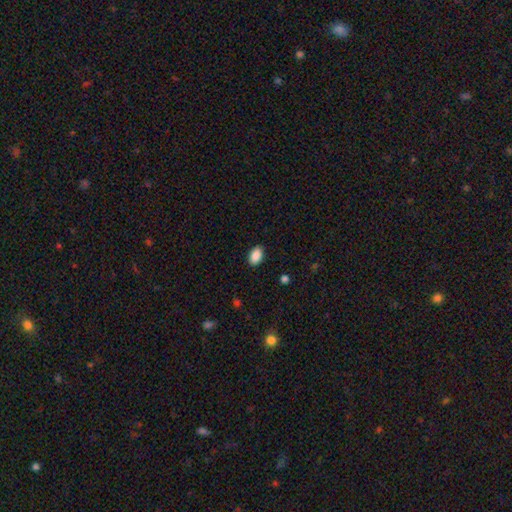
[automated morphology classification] This is clearly a smooth galaxy (89%). How rounded: clearly in between (91%). Merging: clearly none (89%).